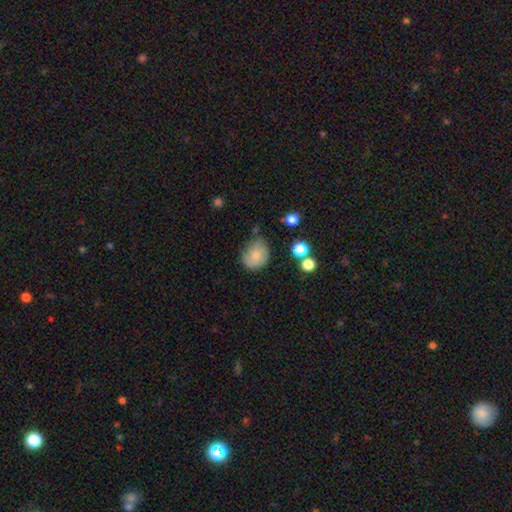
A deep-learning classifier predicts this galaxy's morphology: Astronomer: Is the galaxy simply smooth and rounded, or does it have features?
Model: smooth — 76%.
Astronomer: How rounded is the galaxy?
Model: round — 50% (runner-up: in between, 49%).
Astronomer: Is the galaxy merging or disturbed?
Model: none — 56% (runner-up: minor disturbance, 31%).